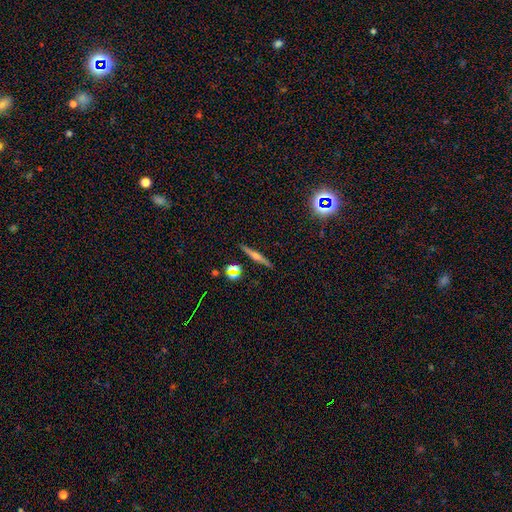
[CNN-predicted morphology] smooth_or_featured: featured or disk (p=0.67) [alt: smooth p=0.21]
disk_edge_on: yes (p=0.97) [alt: no p=0.03]
edge_on_bulge: rounded (p=0.77) [alt: boxy p=0.11]
merging: none (p=0.87) [alt: minor disturbance p=0.07]